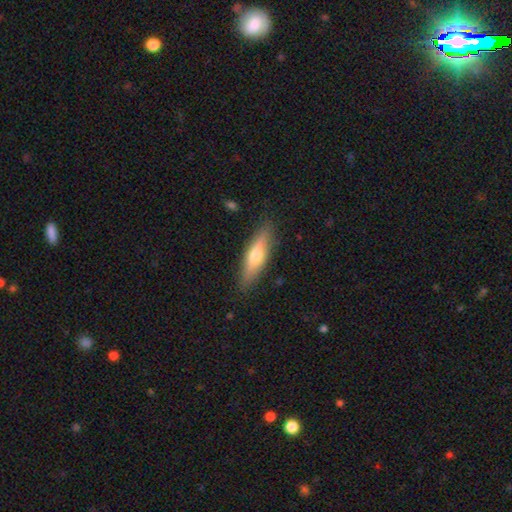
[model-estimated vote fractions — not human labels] The model was most divided on "smooth or featured": smooth: 54%, featured or disk: 40%, star or artifact: 6%. More confident: merging — none (87%); how rounded — cigar-shaped (64%).